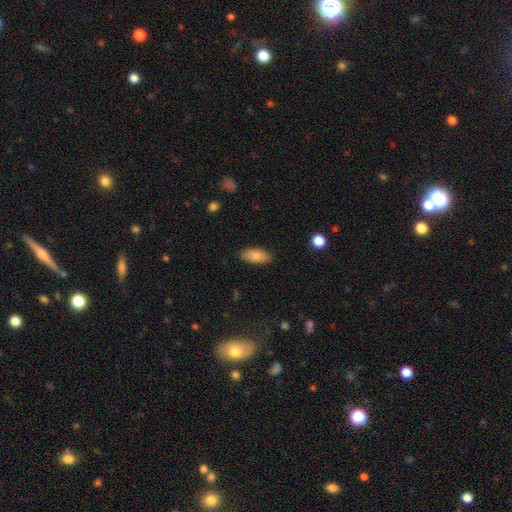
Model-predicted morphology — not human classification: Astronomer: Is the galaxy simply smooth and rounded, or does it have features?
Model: smooth — 85%.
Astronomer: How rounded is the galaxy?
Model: in between — 89%.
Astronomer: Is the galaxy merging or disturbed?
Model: none — 85%.